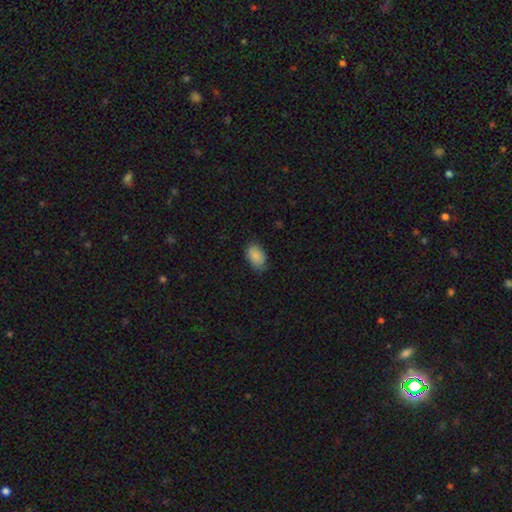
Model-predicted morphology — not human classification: This appears to be a smooth galaxy with no disk features (87%) that is in between round and cigar-shaped (89%). Merging: none (75%).